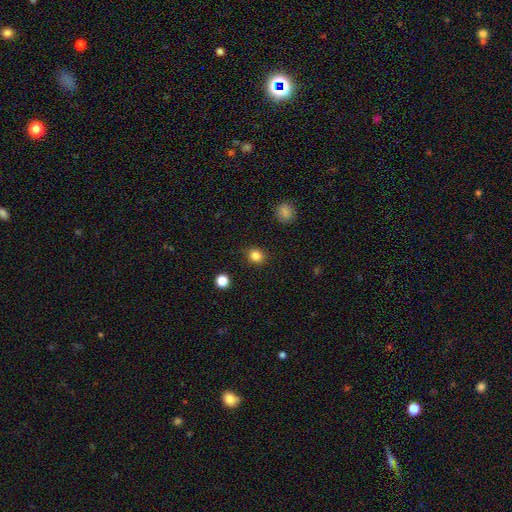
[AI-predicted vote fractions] A smooth galaxy with no disk features (84%) that is round (82%).

Vote fractions:
- Smooth or featured? smooth: 84% / star or artifact: 12% / featured or disk: 4%
- How rounded? round: 82% / in between: 17% / cigar-shaped: 1%
- Merging? none: 88% / minor disturbance: 8% / major disturbance: 2% / merger: 1%